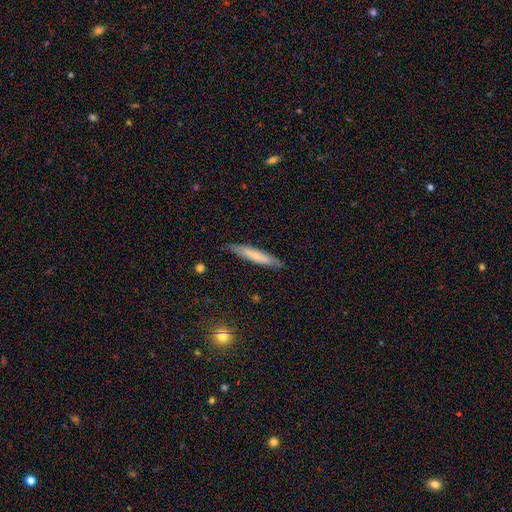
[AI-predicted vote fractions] smooth_or_featured: smooth (p=0.62) [alt: featured or disk p=0.32]
how_rounded: cigar-shaped (p=0.89) [alt: in between p=0.09]
merging: none (p=0.85) [alt: minor disturbance p=0.11]